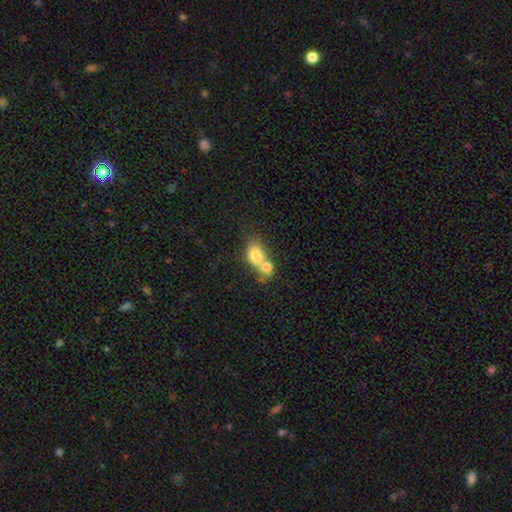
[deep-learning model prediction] A smooth galaxy with no disk features (75%) that is in between round and cigar-shaped (68%).

Vote fractions:
- Smooth or featured? smooth: 75% / featured or disk: 17% / star or artifact: 9%
- How rounded? in between: 68% / round: 29% / cigar-shaped: 3%
- Merging? merger: 70% / none: 19% / minor disturbance: 7% / major disturbance: 4%